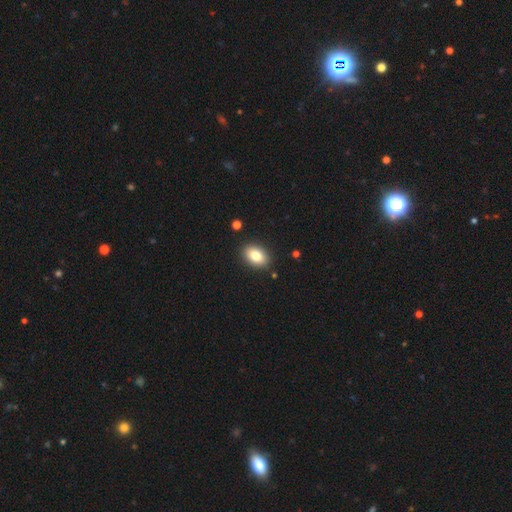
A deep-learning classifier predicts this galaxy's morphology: smooth-or-featured: smooth: 81% | featured or disk: 11% | star or artifact: 9%
  how-rounded: in between: 83% | round: 15% | cigar-shaped: 1%
  merging: none: 88% | minor disturbance: 8% | major disturbance: 2% | merger: 2%